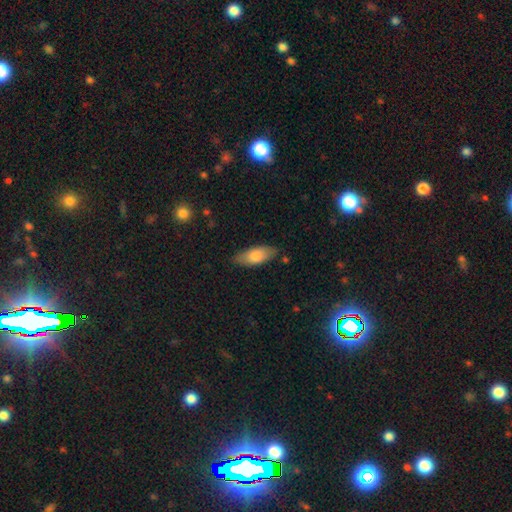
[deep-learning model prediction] This appears to be a smooth galaxy with no disk features (77%) that is in between round and cigar-shaped (81%). Merging: none (81%).